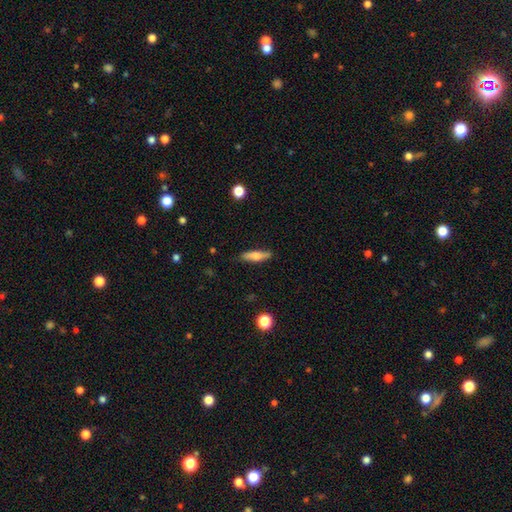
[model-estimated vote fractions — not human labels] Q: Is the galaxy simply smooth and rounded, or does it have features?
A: smooth — 64%.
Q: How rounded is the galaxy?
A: cigar-shaped — 69%.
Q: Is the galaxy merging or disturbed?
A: none — 86%.